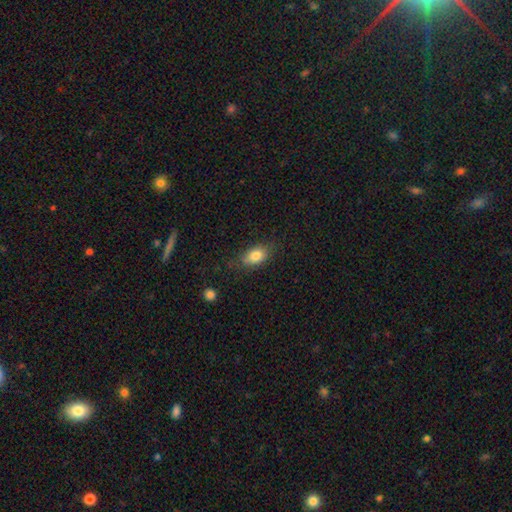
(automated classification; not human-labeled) The model was most divided on "merging": none: 72%, minor disturbance: 20%, major disturbance: 6%, merger: 2%. More confident: how rounded — in between (82%); smooth or featured — smooth (81%).